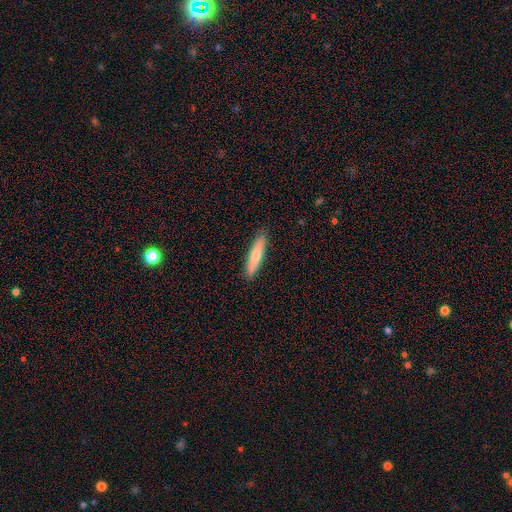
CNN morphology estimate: smooth_or_featured: smooth (p=0.73) [alt: featured or disk p=0.22]
how_rounded: cigar-shaped (p=0.86) [alt: in between p=0.13]
merging: none (p=0.89) [alt: minor disturbance p=0.08]